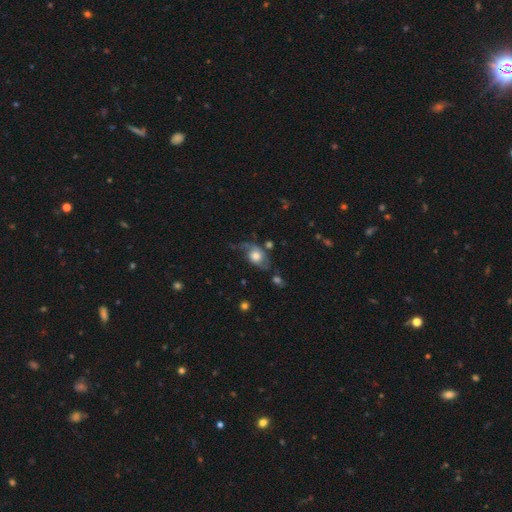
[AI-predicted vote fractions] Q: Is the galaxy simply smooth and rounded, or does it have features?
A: smooth — 52%.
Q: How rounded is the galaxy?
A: in between — 68%.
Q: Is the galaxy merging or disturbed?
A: none — 43%.